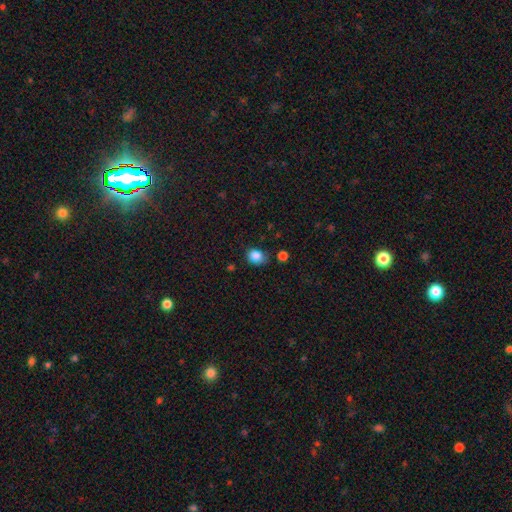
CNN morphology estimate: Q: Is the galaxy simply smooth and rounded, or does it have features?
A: smooth — 85%.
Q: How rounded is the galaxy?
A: round — 51%.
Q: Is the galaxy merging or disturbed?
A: none — 60%.